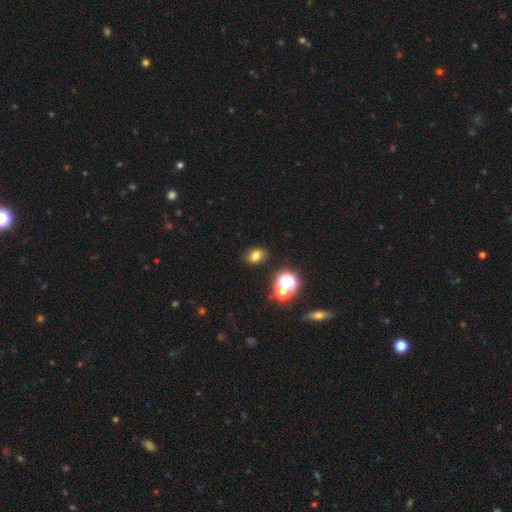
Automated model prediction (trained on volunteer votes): Smooth or featured? smooth (73%)
How rounded? in between (63%)
Merging? none (84%)